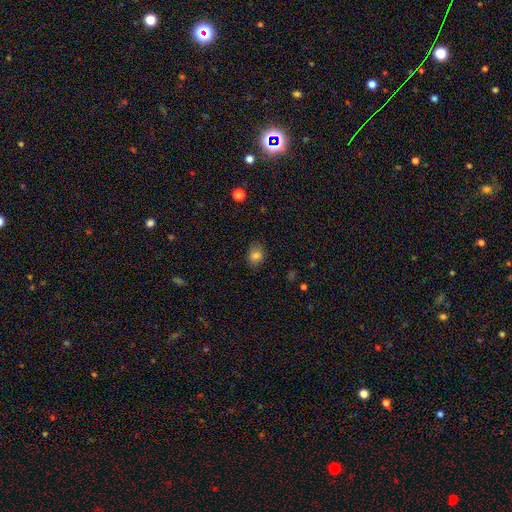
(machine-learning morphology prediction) A smooth galaxy with no disk features (81%) that is round (51%). Merging: none (83%).